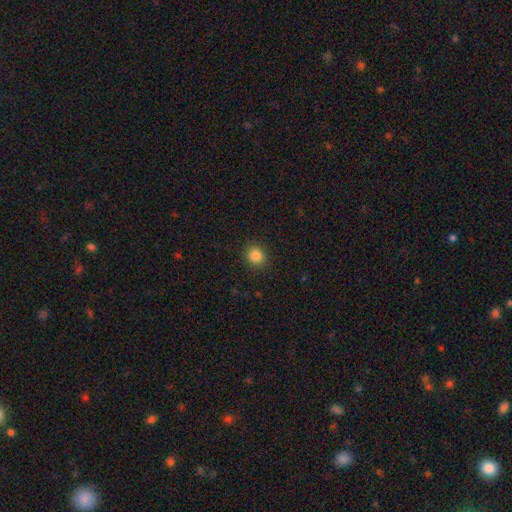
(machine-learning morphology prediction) Smooth or featured?
  - smooth: 85% *
  - star or artifact: 11%
  - featured or disk: 4%
How rounded?
  - round: 85% *
  - in between: 15%
  - cigar-shaped: 1%
Merging?
  - none: 91% *
  - minor disturbance: 6%
  - major disturbance: 2%
  - merger: 1%